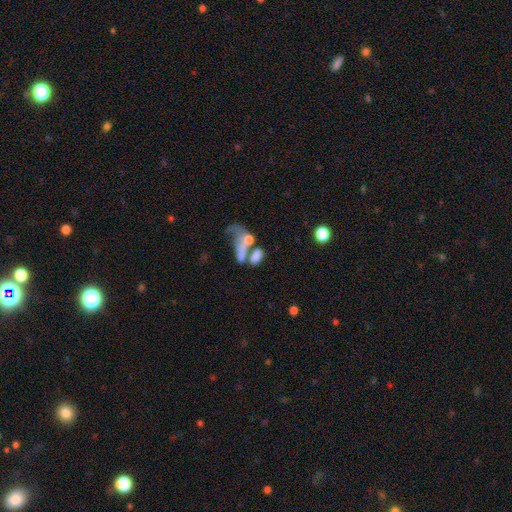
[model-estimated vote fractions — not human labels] Smooth or featured? smooth (62%)
How rounded? in between (78%)
Merging? merger (51%)